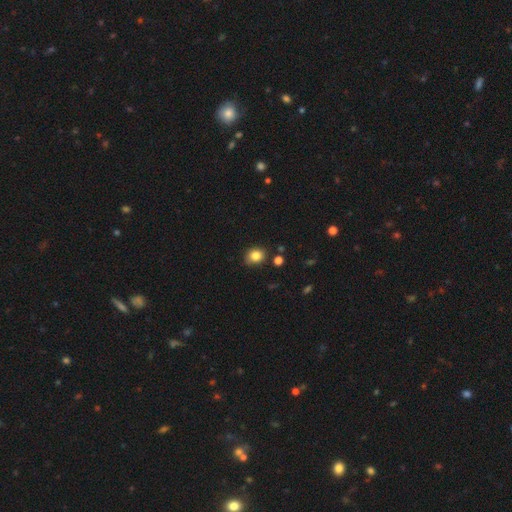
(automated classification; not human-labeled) Smooth or featured? Predicted: smooth (p=0.83). How rounded? Predicted: round (p=0.62). Merging? Predicted: none (p=0.81).